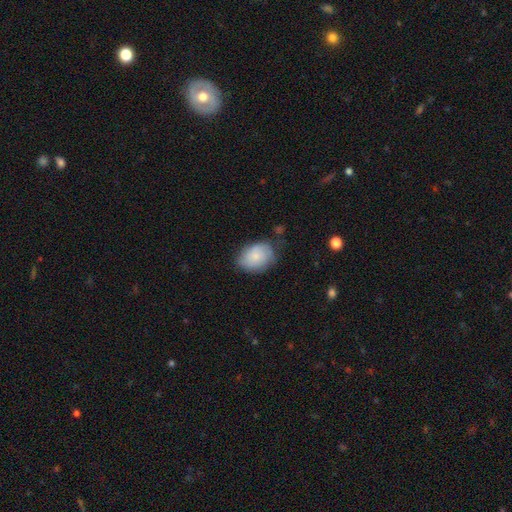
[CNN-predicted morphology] smooth-or-featured: smooth: 70% | featured or disk: 23% | star or artifact: 7%
  how-rounded: in between: 71% | round: 28% | cigar-shaped: 1%
  merging: none: 64% | minor disturbance: 27% | major disturbance: 7% | merger: 2%